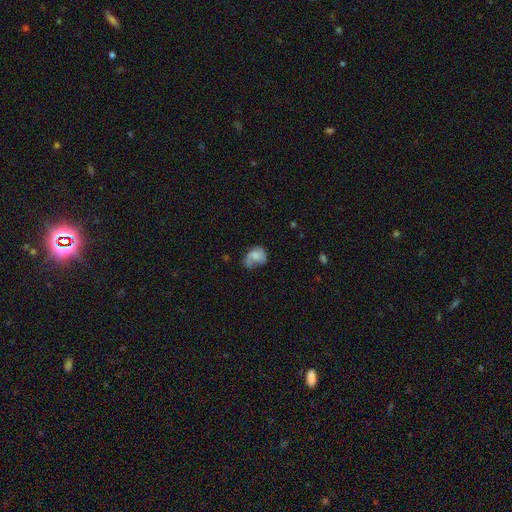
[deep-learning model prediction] The model was most divided on "merging": none: 33%, minor disturbance: 30%, major disturbance: 29%, merger: 8%. Remaining: smooth or featured — smooth (49%).